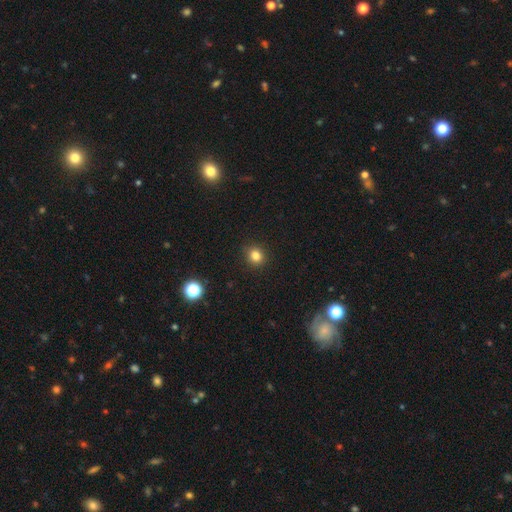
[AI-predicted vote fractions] Smooth or featured?
  - smooth: 82% *
  - star or artifact: 13%
  - featured or disk: 5%
How rounded?
  - round: 83% *
  - in between: 16%
  - cigar-shaped: 1%
Merging?
  - none: 91% *
  - minor disturbance: 6%
  - major disturbance: 2%
  - merger: 1%